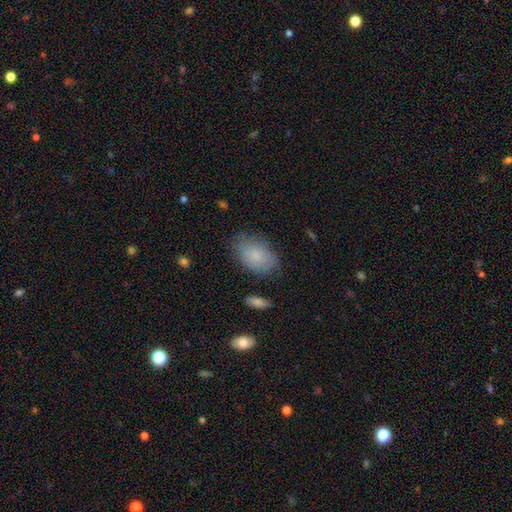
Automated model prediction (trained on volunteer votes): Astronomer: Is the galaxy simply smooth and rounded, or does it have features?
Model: smooth — 80%.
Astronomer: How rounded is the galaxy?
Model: in between — 88%.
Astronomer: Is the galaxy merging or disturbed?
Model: none — 75%.